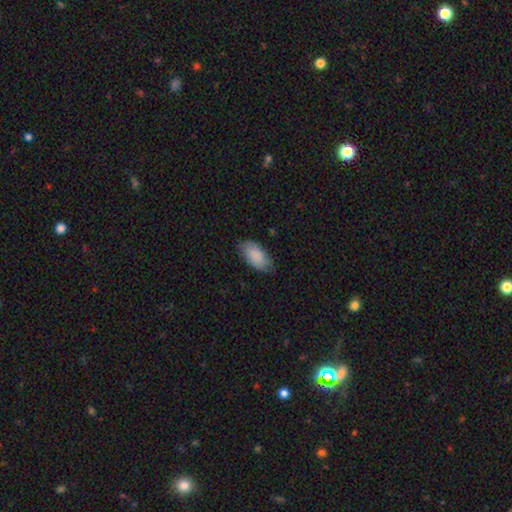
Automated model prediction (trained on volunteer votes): This is clearly a smooth galaxy (87%). How rounded: clearly in between (94%). Merging: likely none (78%).